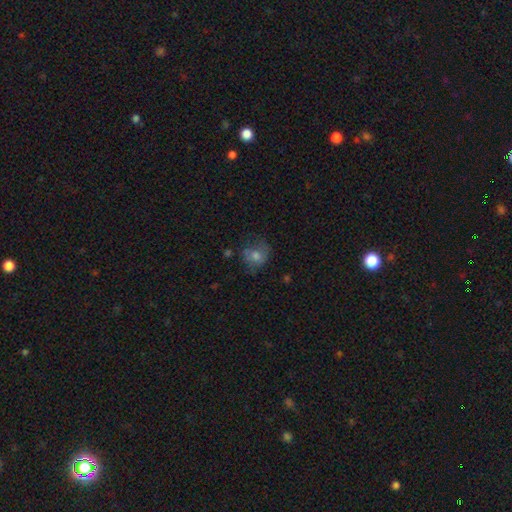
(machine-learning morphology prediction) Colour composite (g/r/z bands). It shows a smooth galaxy with no disk features (60%) that is round (64%). Merging: none (55%).